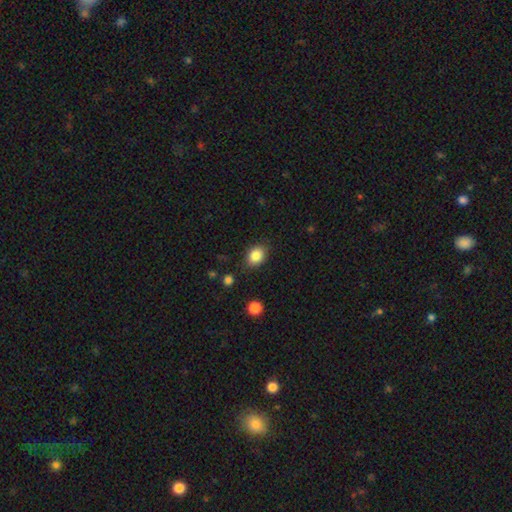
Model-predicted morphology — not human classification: smooth 85%, star or artifact 9%, featured or disk 6%. Down the decision tree: how rounded — in between (64%); merging — none (82%).